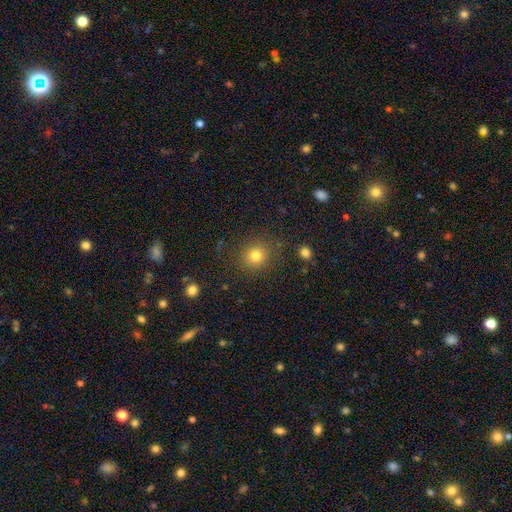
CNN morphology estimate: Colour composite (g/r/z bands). It shows a smooth galaxy with no disk features (80%) that is round (85%). Merging: none (84%).